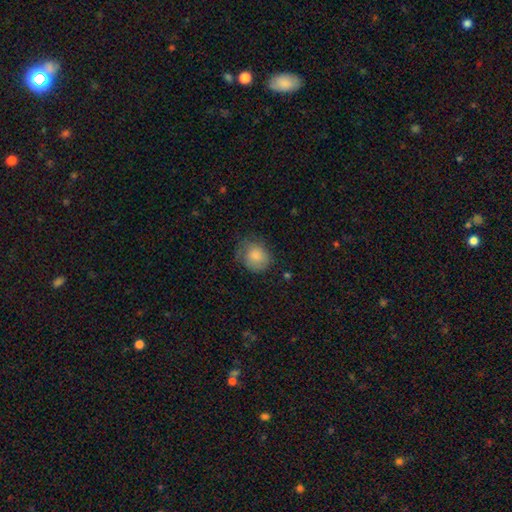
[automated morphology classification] Q: Smooth or featured?
A: smooth (81%); runner-up: featured or disk (12%)
Q: How rounded?
A: round (74%); runner-up: in between (25%)
Q: Merging?
A: none (56%); runner-up: minor disturbance (30%)